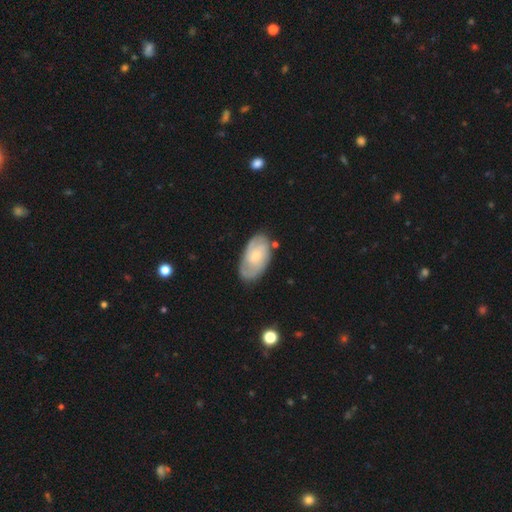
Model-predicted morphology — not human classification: Smooth or featured? featured or disk (60%)
Edge-on disk? no (95%)
Bar? no (59%)
Spiral arms? yes (85%)
Bulge size? small (52%)
Merging? none (74%)